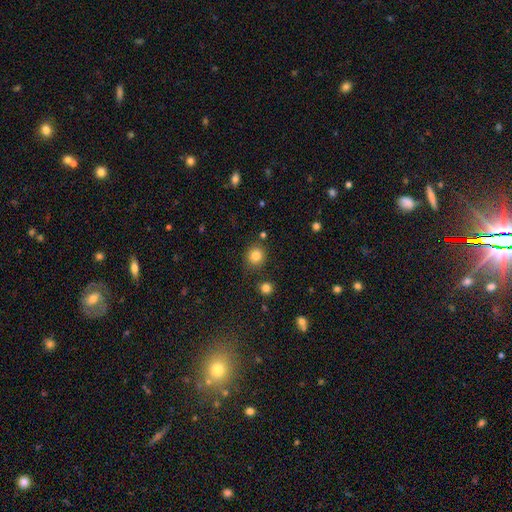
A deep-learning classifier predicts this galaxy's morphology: Smooth or featured: smooth — 83% (star or artifact — 11%)
How rounded: round — 89% (in between — 10%)
Merging: none — 84% (minor disturbance — 9%)